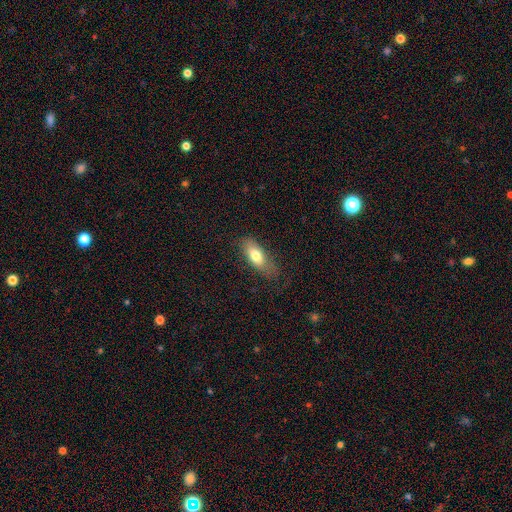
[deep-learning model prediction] The model was most divided on "merging": none: 66%, minor disturbance: 23%, major disturbance: 9%, merger: 1%. More confident: how rounded — in between (78%); smooth or featured — smooth (74%).